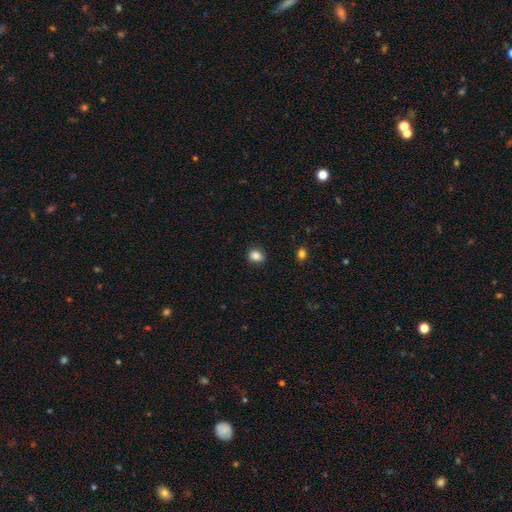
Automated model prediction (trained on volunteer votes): smooth-or-featured: smooth: 86% | star or artifact: 10% | featured or disk: 4%
  how-rounded: round: 56% | in between: 43% | cigar-shaped: 1%
  merging: none: 86% | minor disturbance: 10% | major disturbance: 2% | merger: 1%